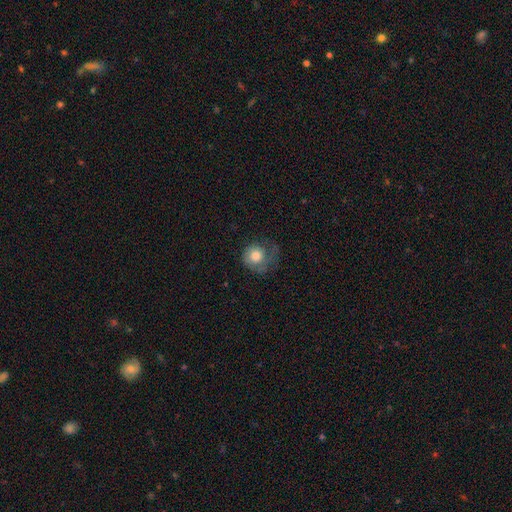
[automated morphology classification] A smooth galaxy with no disk features (65%) that is round (83%).

Vote fractions:
- Smooth or featured? smooth: 65% / featured or disk: 28% / star or artifact: 7%
- How rounded? round: 83% / in between: 16% / cigar-shaped: 1%
- Merging? none: 40% / major disturbance: 32% / minor disturbance: 26% / merger: 2%